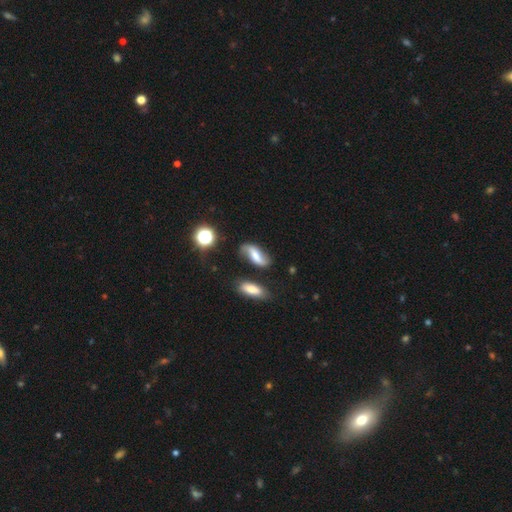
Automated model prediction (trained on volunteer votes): smooth-or-featured: featured or disk: 57% | smooth: 32% | star or artifact: 10%
  disk-edge-on: no: 90% | yes: 10%
    bar: weak: 40% | strong: 32% | no: 29%
    has-spiral-arms: yes: 89% | no: 11%
    bulge-size: moderate: 39% | small: 28% | none: 16% | large: 13% | dominant: 3%
  merging: none: 71% | minor disturbance: 17% | major disturbance: 6% | merger: 6%